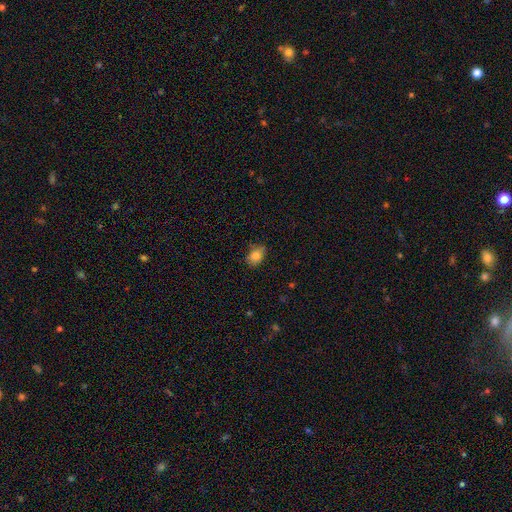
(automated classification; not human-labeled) A smooth galaxy with no disk features (82%) that is in between round and cigar-shaped (72%). Merging: none (73%).